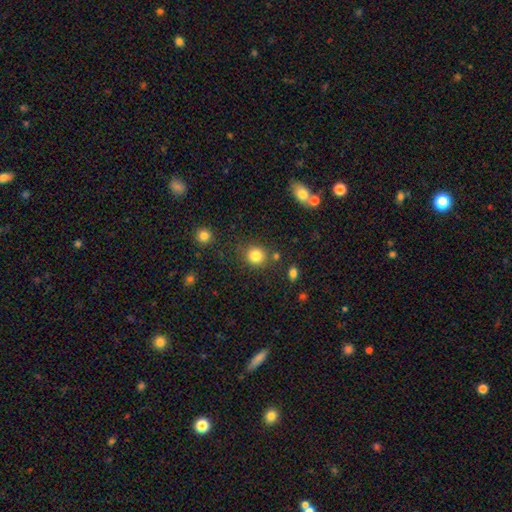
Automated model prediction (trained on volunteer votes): A smooth galaxy with no disk features (84%) that is round (86%).

Vote fractions:
- Smooth or featured? smooth: 84% / star or artifact: 11% / featured or disk: 5%
- How rounded? round: 86% / in between: 13% / cigar-shaped: 1%
- Merging? none: 79% / minor disturbance: 10% / merger: 7% / major disturbance: 4%